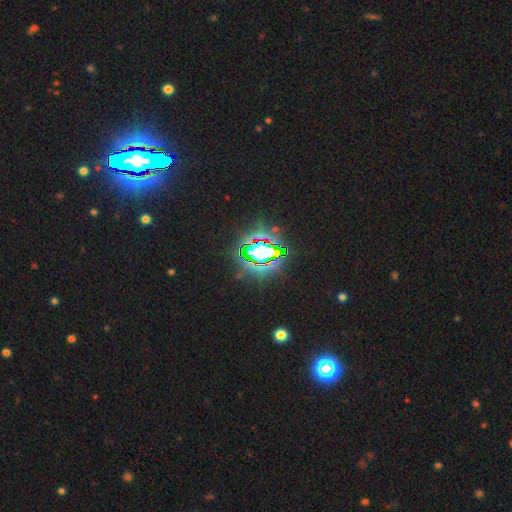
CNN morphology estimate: Q: Smooth or featured?
A: star or artifact (73%); runner-up: smooth (16%)